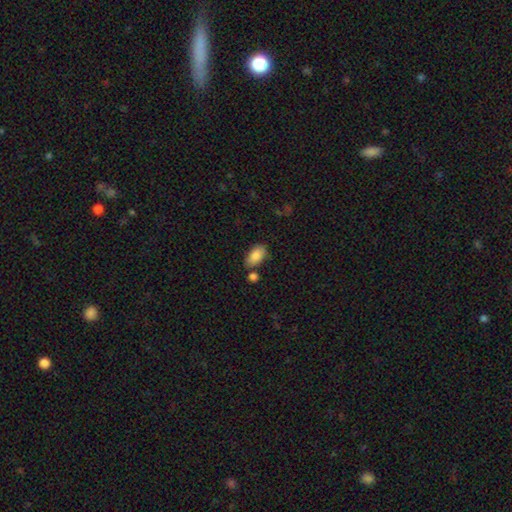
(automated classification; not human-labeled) A smooth galaxy with no disk features (86%) that is in between round and cigar-shaped (93%).

Vote fractions:
- Smooth or featured? smooth: 86% / featured or disk: 7% / star or artifact: 7%
- How rounded? in between: 93% / round: 4% / cigar-shaped: 3%
- Merging? none: 73% / minor disturbance: 15% / merger: 9% / major disturbance: 3%